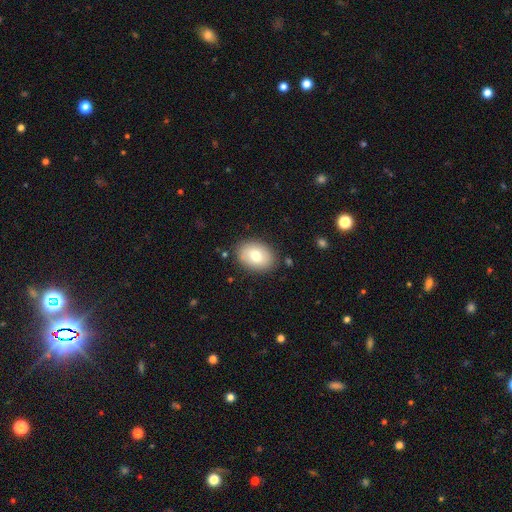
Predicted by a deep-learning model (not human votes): Smooth or featured? smooth (76%)
How rounded? in between (76%)
Merging? none (86%)